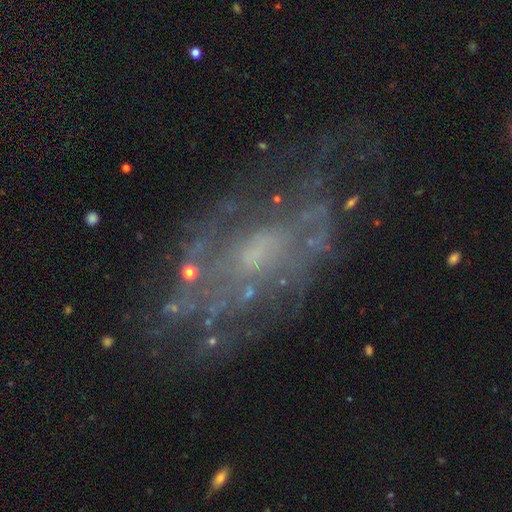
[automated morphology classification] featured or disk 76%, star or artifact 13%, smooth 11%. Down the decision tree: edge-on disk — no (94%); bar — no (66%); spiral arms — yes (72%); spiral arm count — can't tell (55%); spiral winding — tight (44%); bulge size — small (56%); merging — none (66%).